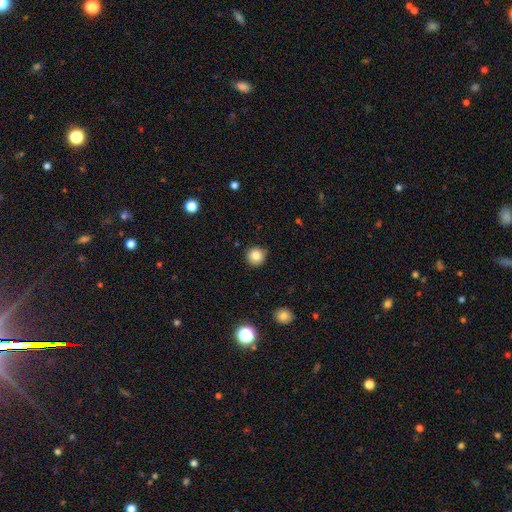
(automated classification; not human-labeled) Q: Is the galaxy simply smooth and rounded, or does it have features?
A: smooth — 84%.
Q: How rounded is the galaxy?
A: round — 94%.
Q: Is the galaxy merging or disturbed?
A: none — 88%.